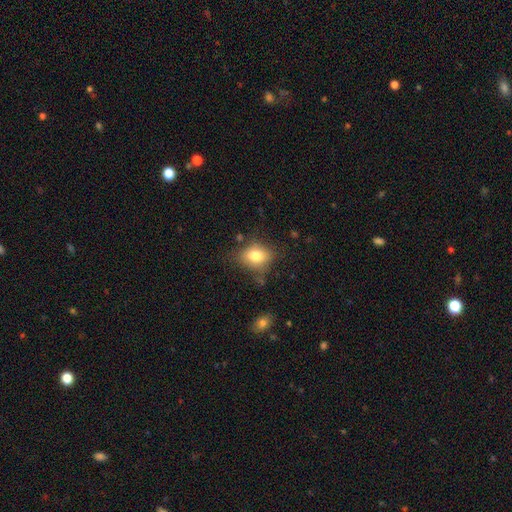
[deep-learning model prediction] Smooth or featured? smooth (77%)
How rounded? in between (63%)
Merging? none (67%)